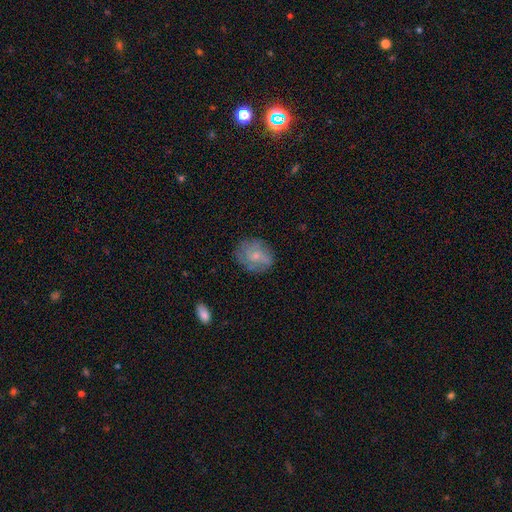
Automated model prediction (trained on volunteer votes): This is possibly a smooth galaxy (50%). How rounded: possibly round (58%). Merging: likely none (69%).